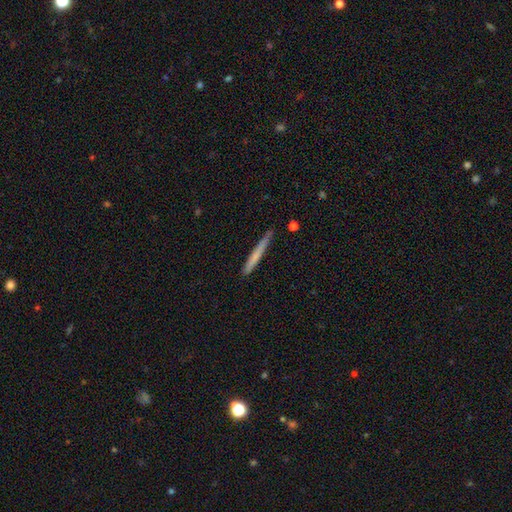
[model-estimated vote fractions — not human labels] smooth_or_featured: smooth (p=0.62) [alt: featured or disk p=0.32]
how_rounded: cigar-shaped (p=0.97) [alt: in between p=0.02]
merging: none (p=0.84) [alt: minor disturbance p=0.12]